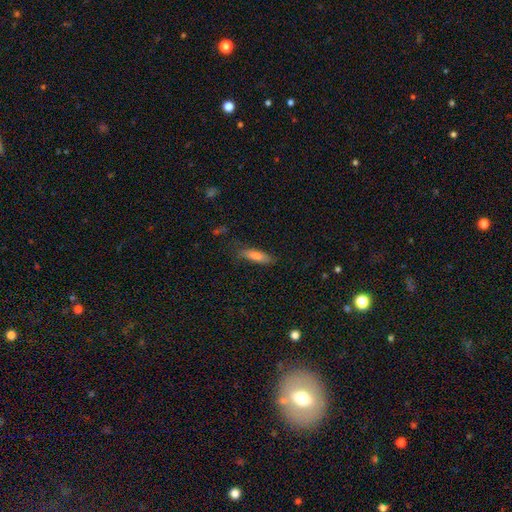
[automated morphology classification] The model was most divided on "how rounded": cigar-shaped: 66%, in between: 32%, round: 2%. More confident: merging — none (74%); smooth or featured — smooth (73%).